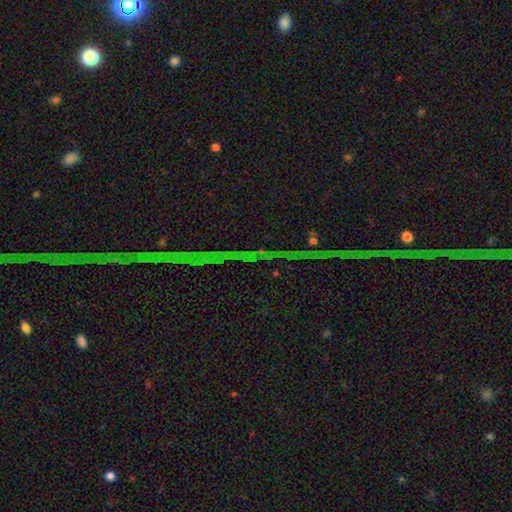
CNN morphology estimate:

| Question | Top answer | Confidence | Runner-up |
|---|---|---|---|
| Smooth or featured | star or artifact | 86% | featured or disk (8%) |